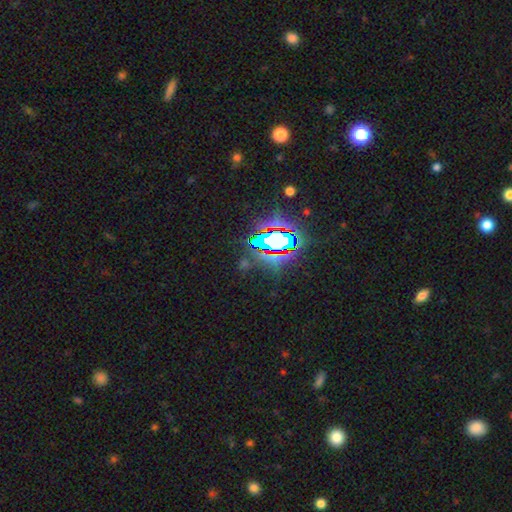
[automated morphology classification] Smooth or featured: star or artifact — 82% (smooth — 11%)